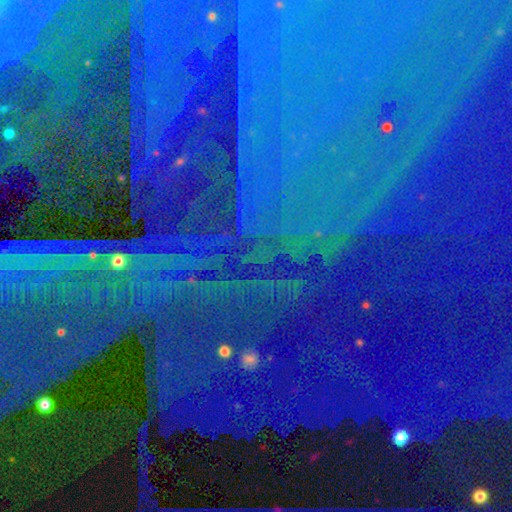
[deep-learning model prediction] Smooth or featured: star or artifact — 86% (smooth — 7%)